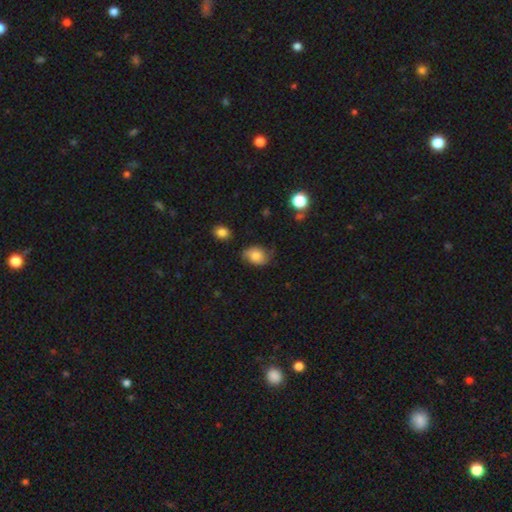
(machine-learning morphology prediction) type=smooth (67%); roundness=in between (70%); merging=none (59%).